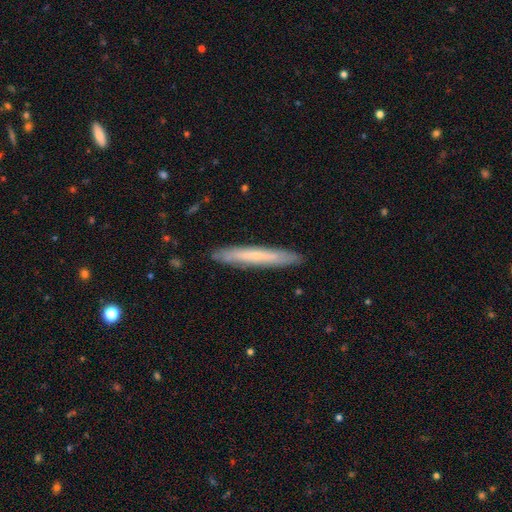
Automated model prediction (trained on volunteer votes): Q: Smooth or featured?
A: smooth (51%); runner-up: featured or disk (42%)
Q: How rounded?
A: cigar-shaped (95%); runner-up: in between (3%)
Q: Merging?
A: none (89%); runner-up: minor disturbance (8%)